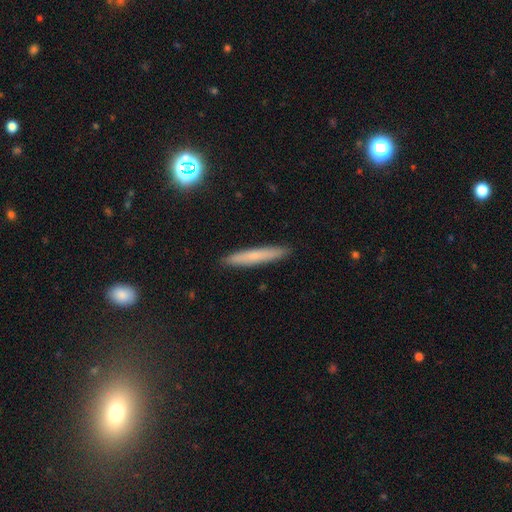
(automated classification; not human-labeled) smooth_or_featured: smooth (p=0.69) [alt: featured or disk p=0.23]
how_rounded: cigar-shaped (p=0.94) [alt: in between p=0.05]
merging: none (p=0.91) [alt: minor disturbance p=0.06]